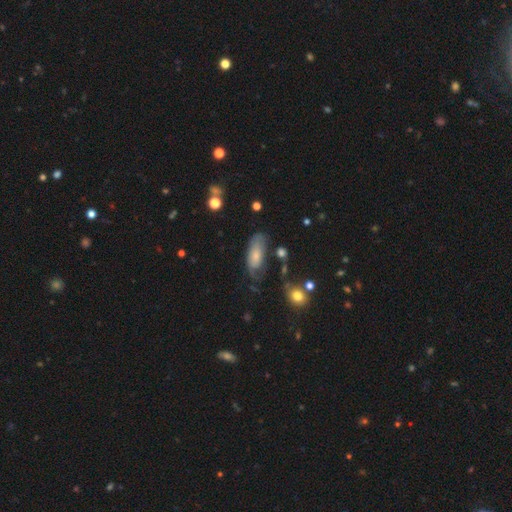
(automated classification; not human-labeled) smooth_or_featured: smooth (p=0.62) [alt: featured or disk p=0.30]
how_rounded: in between (p=0.83) [alt: cigar-shaped p=0.14]
merging: none (p=0.49) [alt: minor disturbance p=0.30]